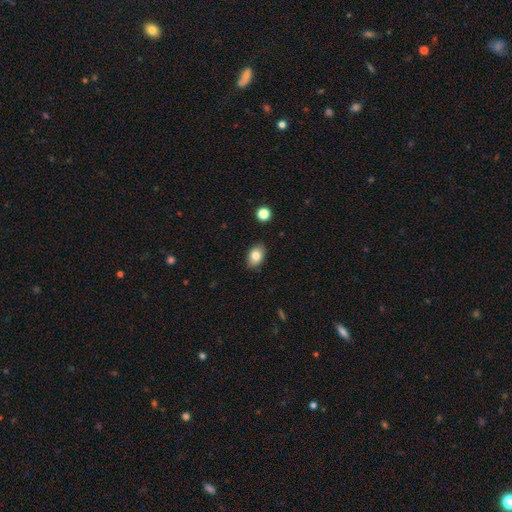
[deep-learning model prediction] smooth_or_featured: smooth (p=0.83) [alt: star or artifact p=0.09]
how_rounded: in between (p=0.82) [alt: round p=0.17]
merging: none (p=0.86) [alt: minor disturbance p=0.11]